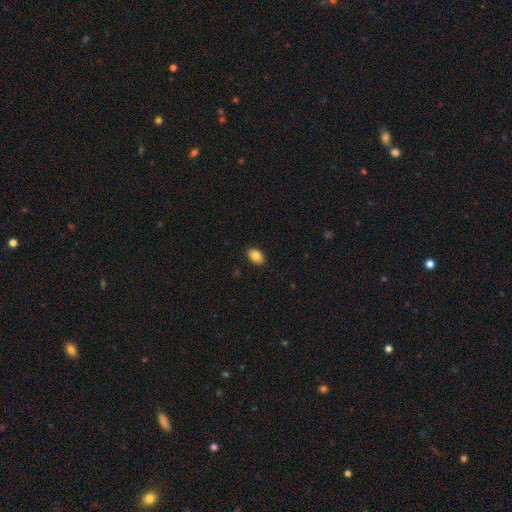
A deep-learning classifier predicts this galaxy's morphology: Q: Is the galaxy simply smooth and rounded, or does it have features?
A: smooth — 84%.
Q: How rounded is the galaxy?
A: in between — 87%.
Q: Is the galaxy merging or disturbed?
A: none — 90%.